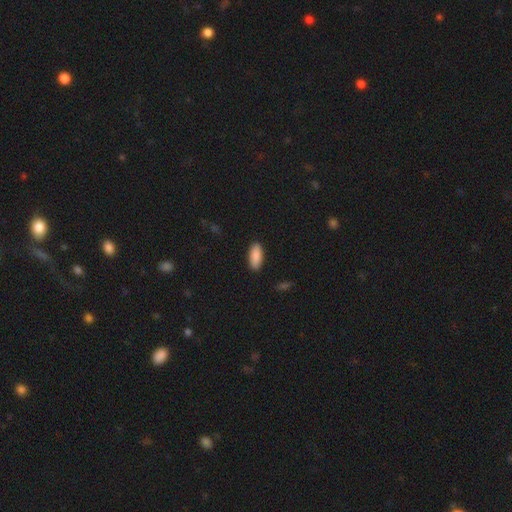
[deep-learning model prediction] A smooth galaxy with no disk features (89%) that is in between round and cigar-shaped (85%).

Vote fractions:
- Smooth or featured? smooth: 89% / star or artifact: 6% / featured or disk: 5%
- How rounded? in between: 85% / cigar-shaped: 13% / round: 2%
- Merging? none: 89% / minor disturbance: 8% / major disturbance: 2% / merger: 1%